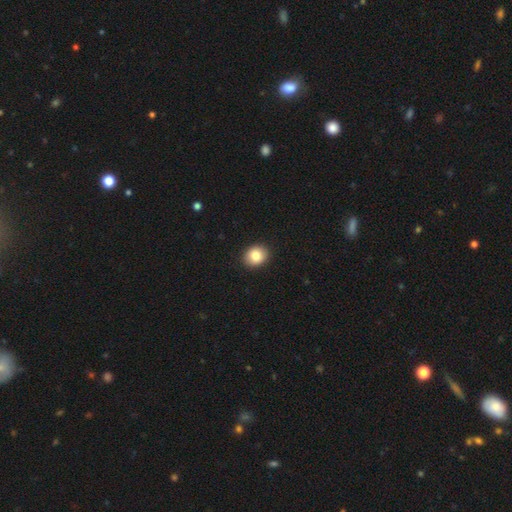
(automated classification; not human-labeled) Smooth or featured? Predicted: smooth (p=0.84). How rounded? Predicted: round (p=0.64). Merging? Predicted: none (p=0.91).